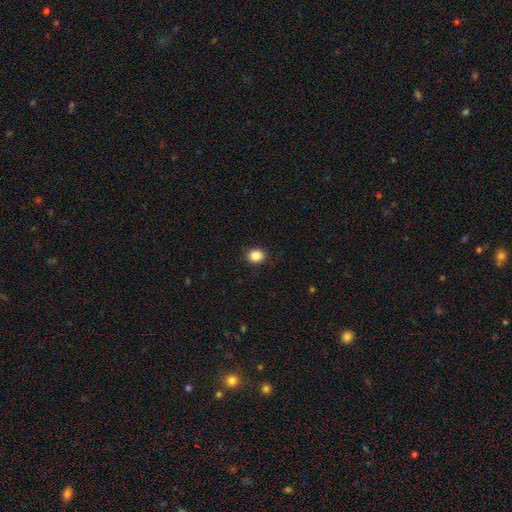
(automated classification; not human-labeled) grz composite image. It shows a smooth galaxy with no disk features (87%) that is round (68%). Merging: none (90%).